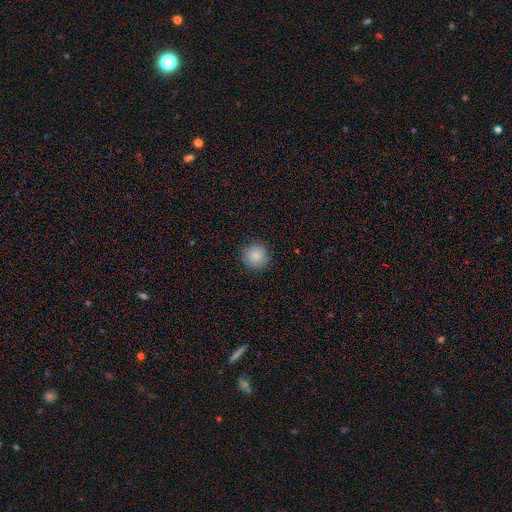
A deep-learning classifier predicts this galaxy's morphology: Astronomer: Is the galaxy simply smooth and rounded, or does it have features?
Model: smooth — 87%.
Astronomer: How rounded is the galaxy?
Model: round — 95%.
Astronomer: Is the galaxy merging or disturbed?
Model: none — 90%.